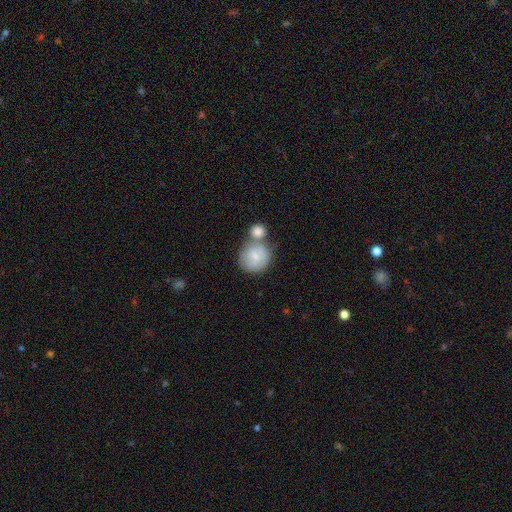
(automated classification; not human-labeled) Q: Smooth or featured?
A: smooth (77%); runner-up: featured or disk (17%)
Q: How rounded?
A: round (88%); runner-up: in between (11%)
Q: Merging?
A: merger (44%); runner-up: none (39%)